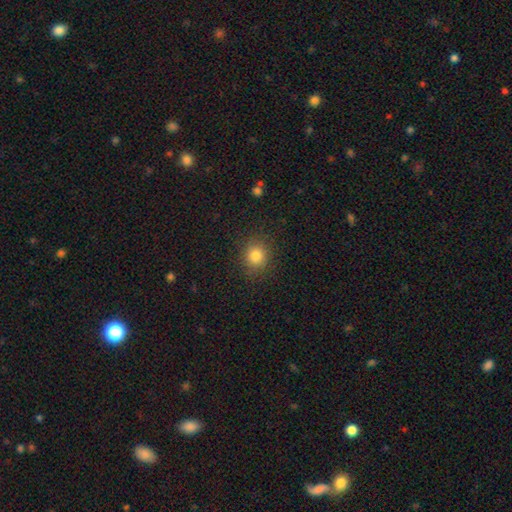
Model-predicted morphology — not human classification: Smooth or featured?
  - smooth: 82% *
  - star or artifact: 12%
  - featured or disk: 6%
How rounded?
  - round: 81% *
  - in between: 18%
  - cigar-shaped: 1%
Merging?
  - none: 88% *
  - minor disturbance: 8%
  - major disturbance: 3%
  - merger: 1%